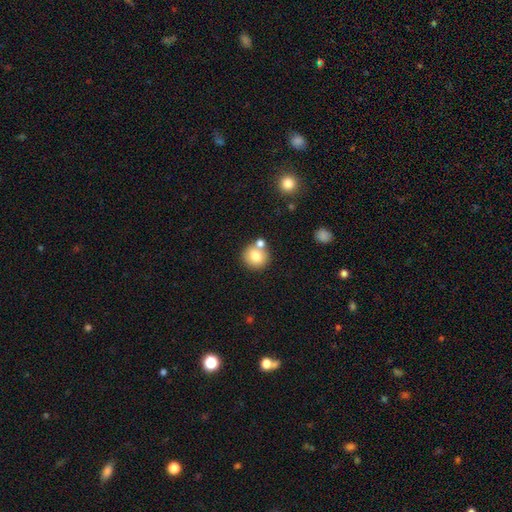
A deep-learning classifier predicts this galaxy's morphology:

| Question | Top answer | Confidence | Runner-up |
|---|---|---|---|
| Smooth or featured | smooth | 76% | featured or disk (14%) |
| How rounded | round | 87% | in between (12%) |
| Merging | none | 65% | merger (22%) |